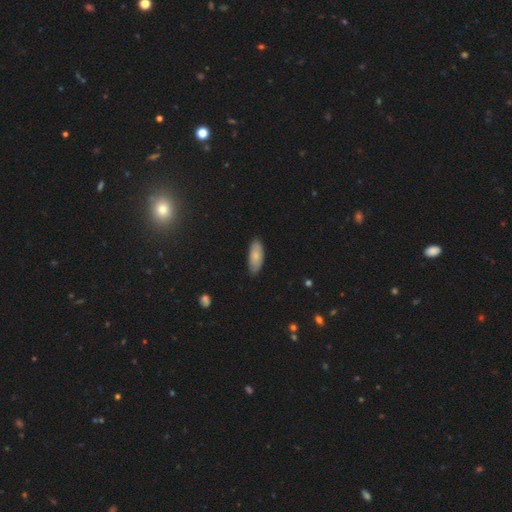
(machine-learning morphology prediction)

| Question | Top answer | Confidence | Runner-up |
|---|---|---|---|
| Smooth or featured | smooth | 78% | featured or disk (16%) |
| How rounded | in between | 83% | cigar-shaped (15%) |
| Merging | none | 82% | minor disturbance (15%) |